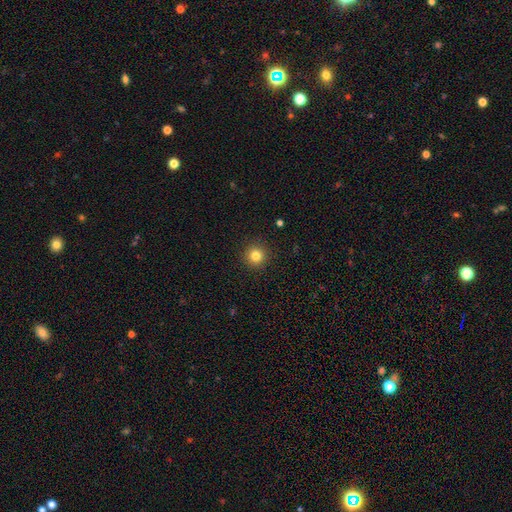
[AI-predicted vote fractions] The model was most divided on "smooth or featured": smooth: 82%, star or artifact: 12%, featured or disk: 5%. More confident: how rounded — round (95%); merging — none (92%).